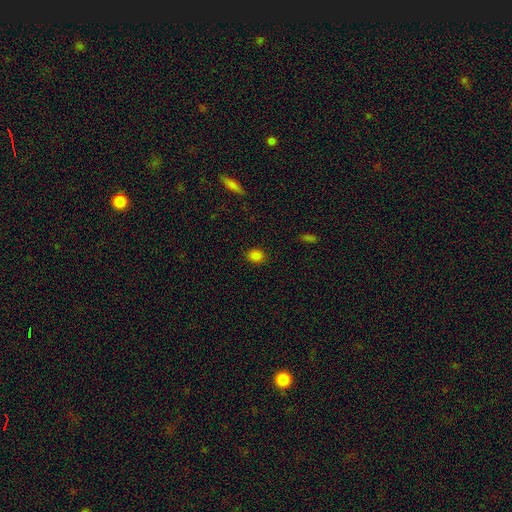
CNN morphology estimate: This appears to be a smooth galaxy with no disk features (83%) that is round (55%). Merging: none (88%).